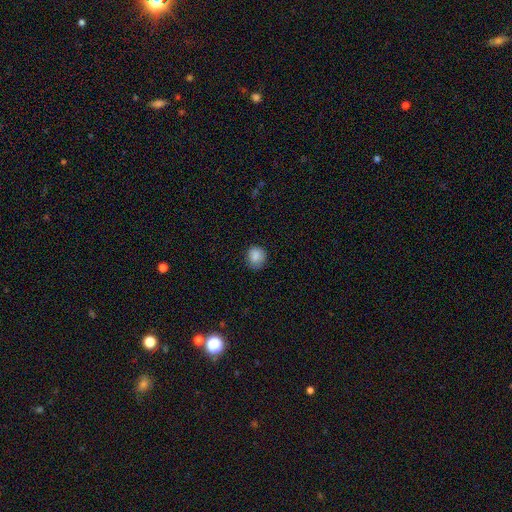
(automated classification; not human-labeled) A smooth galaxy with no disk features (87%) that is round (83%).

Vote fractions:
- Smooth or featured? smooth: 87% / star or artifact: 9% / featured or disk: 5%
- How rounded? round: 83% / in between: 16% / cigar-shaped: 1%
- Merging? none: 81% / minor disturbance: 15% / major disturbance: 3% / merger: 1%